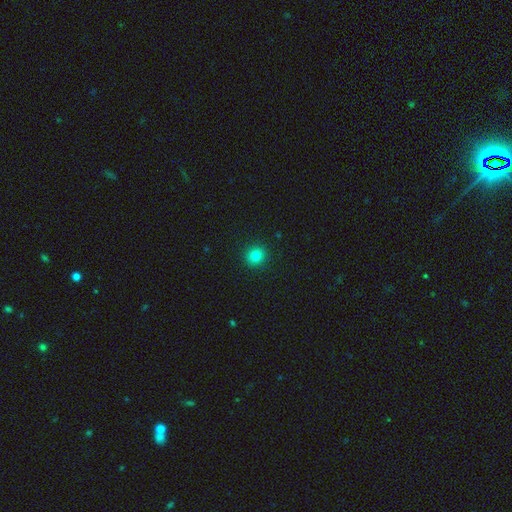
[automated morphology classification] A smooth galaxy with no disk features (81%) that is round (92%).

Vote fractions:
- Smooth or featured? smooth: 81% / star or artifact: 13% / featured or disk: 6%
- How rounded? round: 92% / in between: 7% / cigar-shaped: 1%
- Merging? none: 93% / minor disturbance: 5% / major disturbance: 2% / merger: 1%